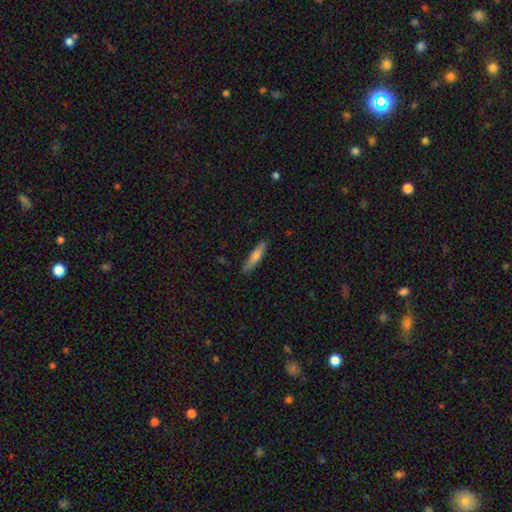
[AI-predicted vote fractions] smooth-or-featured: smooth: 67% | featured or disk: 27% | star or artifact: 6%
  how-rounded: cigar-shaped: 86% | in between: 12% | round: 2%
  merging: none: 88% | minor disturbance: 9% | major disturbance: 2% | merger: 1%